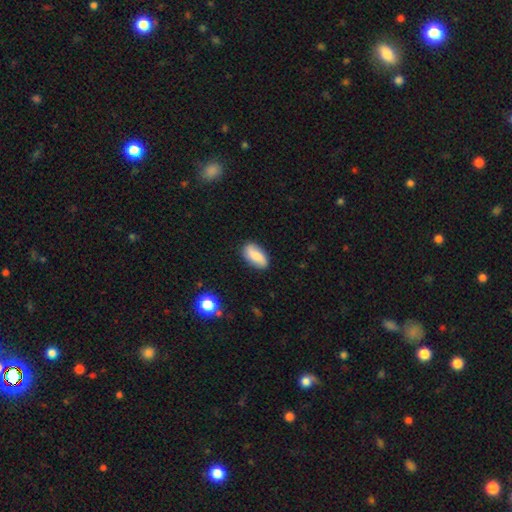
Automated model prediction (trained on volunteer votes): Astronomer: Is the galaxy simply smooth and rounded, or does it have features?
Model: smooth — 72%.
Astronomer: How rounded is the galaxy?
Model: in between — 90%.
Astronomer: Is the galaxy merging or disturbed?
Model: none — 84%.